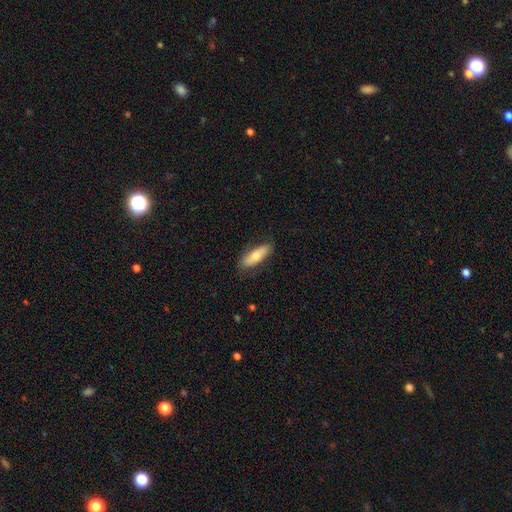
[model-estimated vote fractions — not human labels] The model was most divided on "how rounded": in between: 53%, cigar-shaped: 45%, round: 2%. More confident: merging — none (83%); smooth or featured — smooth (65%).